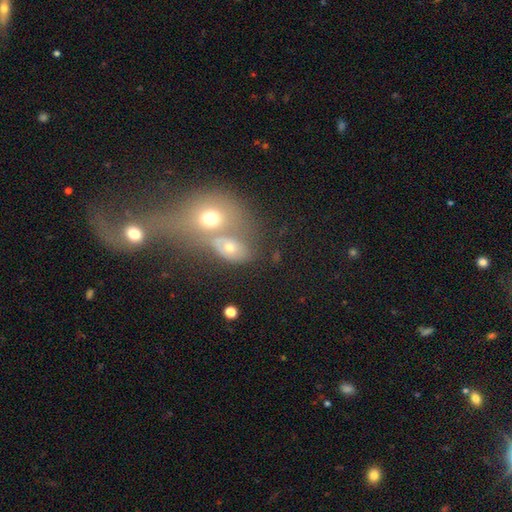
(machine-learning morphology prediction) type=smooth (44%); merging=merger (82%).